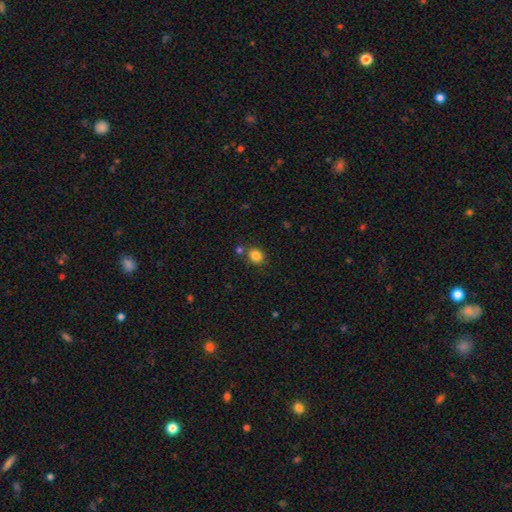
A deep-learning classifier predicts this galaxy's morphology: A smooth galaxy with no disk features (83%) that is round (69%). Merging: none (73%).